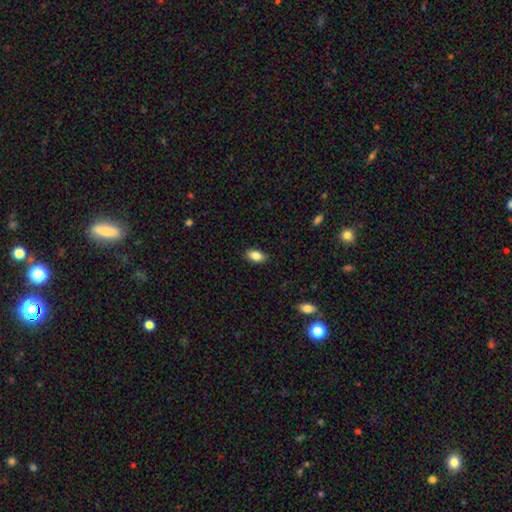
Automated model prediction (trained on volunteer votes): This appears to be a smooth galaxy with no disk features (86%) that is in between round and cigar-shaped (92%). Merging: none (88%).